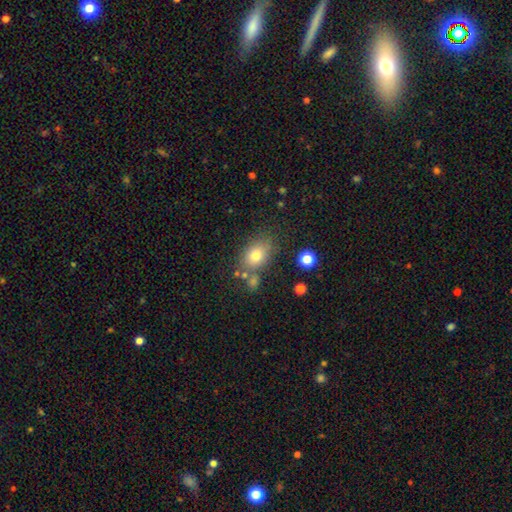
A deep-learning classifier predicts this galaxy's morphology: Q: Smooth or featured?
A: smooth (76%); runner-up: featured or disk (13%)
Q: How rounded?
A: in between (74%); runner-up: round (24%)
Q: Merging?
A: none (67%); runner-up: minor disturbance (17%)